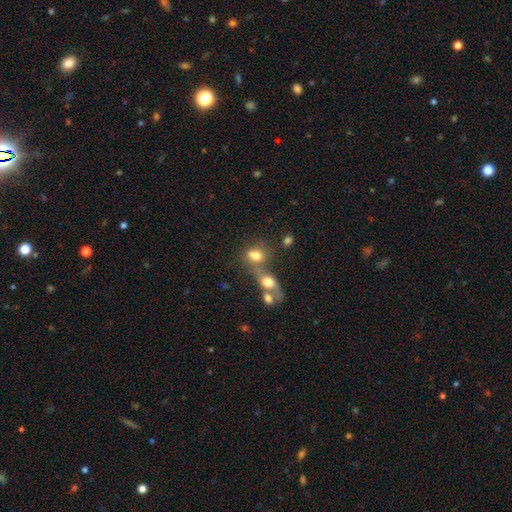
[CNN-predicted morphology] smooth_or_featured: smooth (p=0.70) [alt: featured or disk p=0.18]
how_rounded: in between (p=0.49) [alt: round p=0.48]
merging: merger (p=0.58) [alt: none p=0.25]